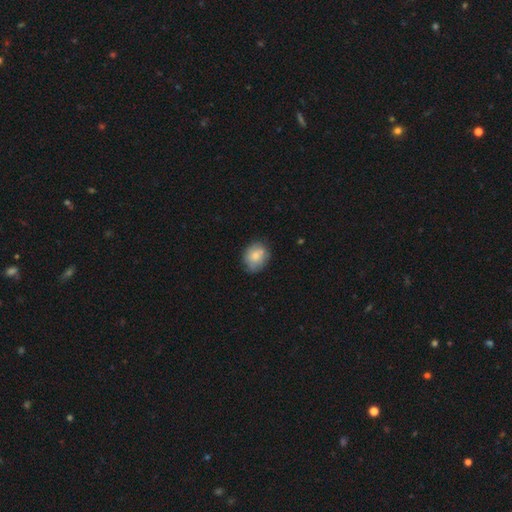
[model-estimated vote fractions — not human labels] The model was most divided on "how rounded": round: 57%, in between: 42%, cigar-shaped: 1%. More confident: smooth or featured — smooth (73%); merging — none (68%).